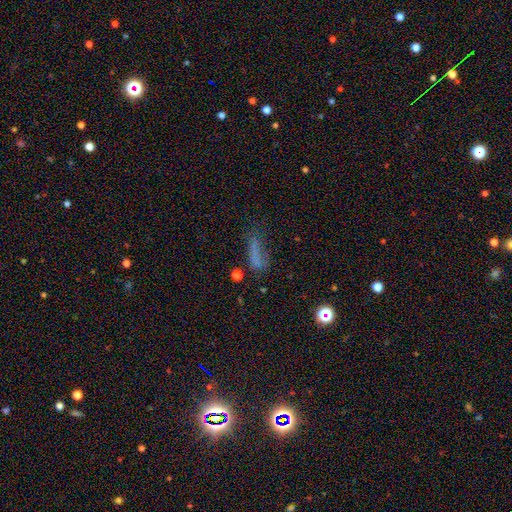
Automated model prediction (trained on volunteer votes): This appears to be a smooth galaxy with no disk features (60%) that is cigar-shaped (51%). Merging: none (42%).